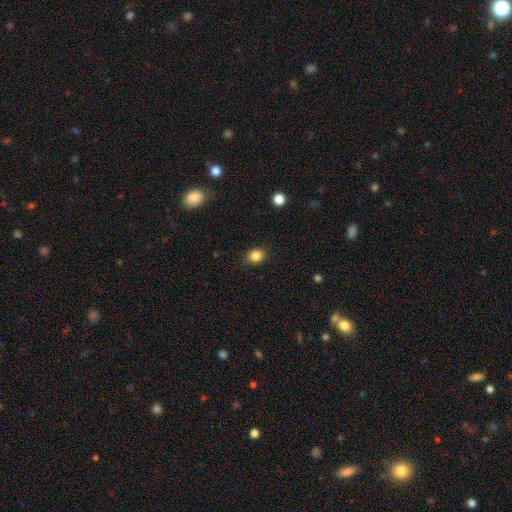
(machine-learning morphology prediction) Q: Smooth or featured?
A: smooth (85%); runner-up: star or artifact (10%)
Q: How rounded?
A: round (58%); runner-up: in between (41%)
Q: Merging?
A: none (86%); runner-up: minor disturbance (10%)